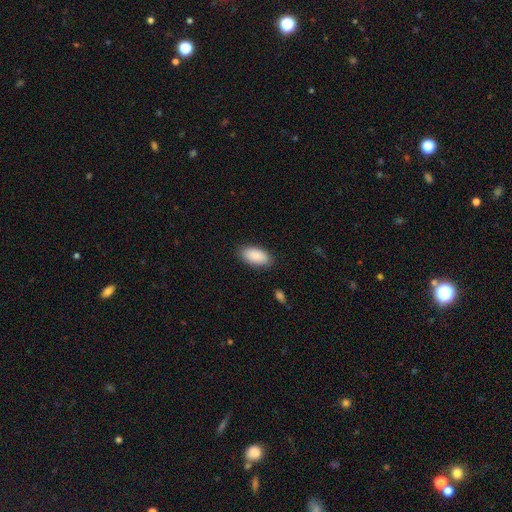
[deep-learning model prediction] Overall: smooth (89%). How rounded: in between (94%). Merging: none (86%).